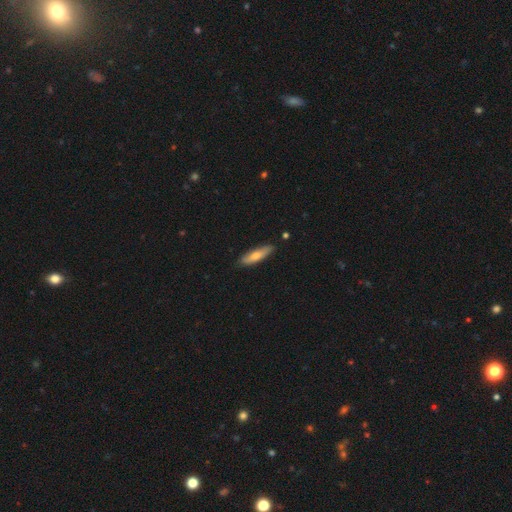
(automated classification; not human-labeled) smooth_or_featured: smooth (p=0.66) [alt: featured or disk p=0.28]
how_rounded: cigar-shaped (p=0.67) [alt: in between p=0.31]
merging: none (p=0.84) [alt: minor disturbance p=0.13]